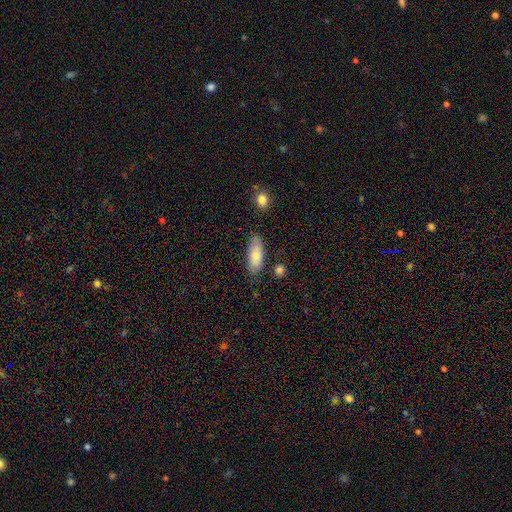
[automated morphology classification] smooth-or-featured: smooth: 80% | featured or disk: 13% | star or artifact: 7%
  how-rounded: in between: 82% | cigar-shaped: 16% | round: 2%
  merging: none: 75% | minor disturbance: 17% | merger: 4% | major disturbance: 4%